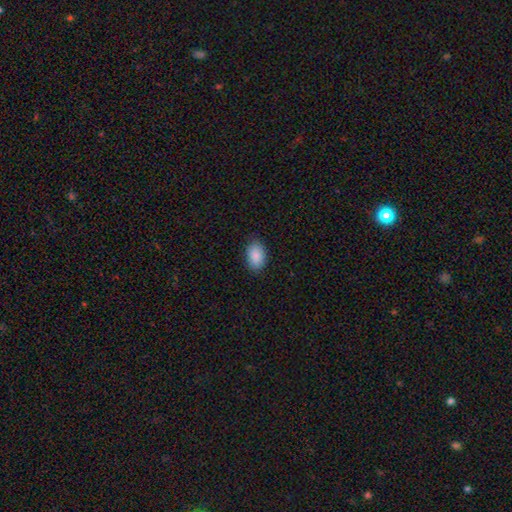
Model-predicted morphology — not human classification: smooth 89%, star or artifact 6%, featured or disk 4%. Down the decision tree: how rounded — in between (89%); merging — none (86%).